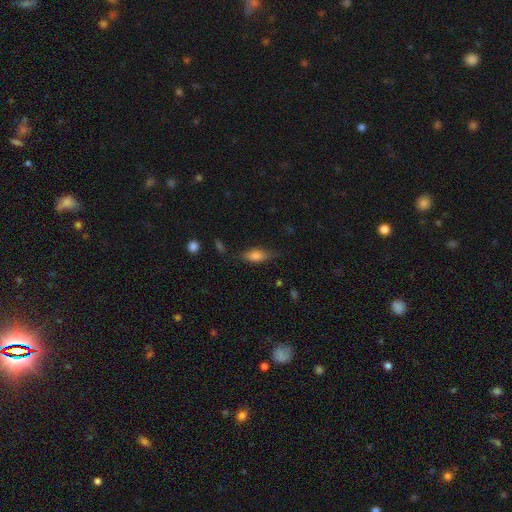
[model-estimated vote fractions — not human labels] smooth_or_featured: smooth (p=0.73) [alt: featured or disk p=0.19]
how_rounded: in between (p=0.72) [alt: cigar-shaped p=0.24]
merging: none (p=0.72) [alt: minor disturbance p=0.21]